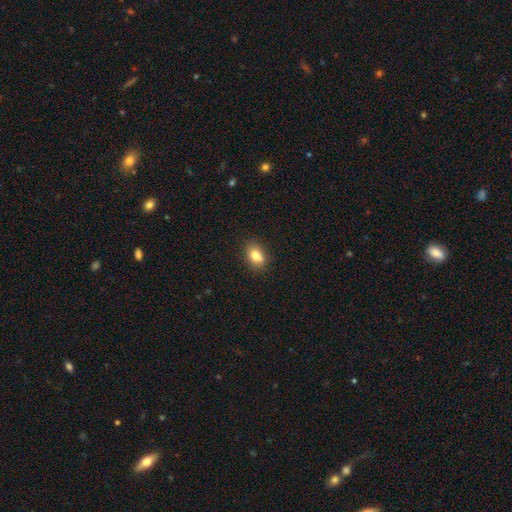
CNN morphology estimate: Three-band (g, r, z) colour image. It shows a smooth galaxy with no disk features (80%) that is in between round and cigar-shaped (72%). Merging: none (75%).